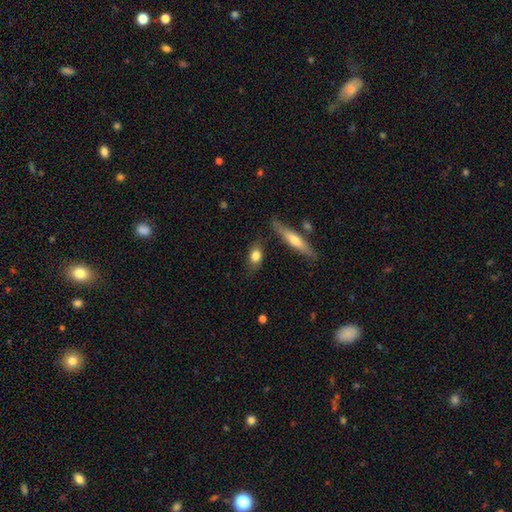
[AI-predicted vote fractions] smooth_or_featured: smooth (p=0.75) [alt: featured or disk p=0.18]
how_rounded: in between (p=0.67) [alt: cigar-shaped p=0.17]
merging: none (p=0.75) [alt: minor disturbance p=0.16]